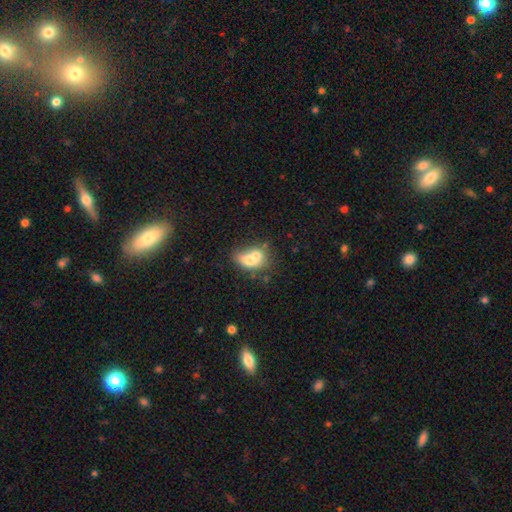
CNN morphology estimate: A smooth galaxy with no disk features (64%) that is in between round and cigar-shaped (63%). Merging: merger (66%).